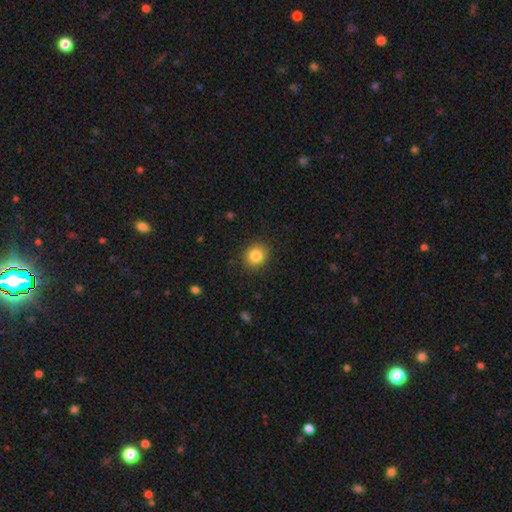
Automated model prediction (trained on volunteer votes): The model was most divided on "how rounded": round: 80%, in between: 19%, cigar-shaped: 1%. More confident: merging — none (88%); smooth or featured — smooth (85%).